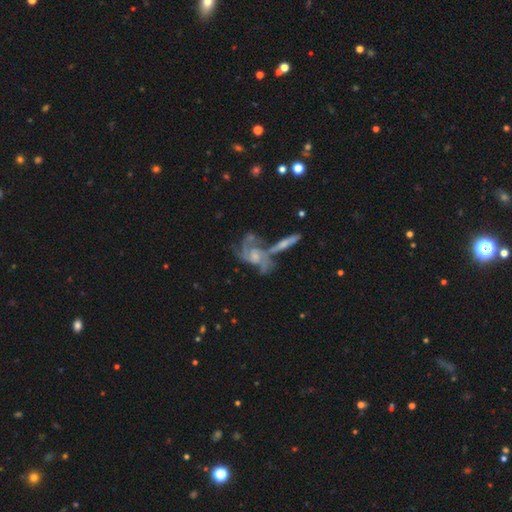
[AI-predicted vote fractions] A featured or disk galaxy (85%) with no bar (57%), 2 (34%) medium (49%) spiral arms (95%) and a small central bulge (45%). Merging: none (37%).